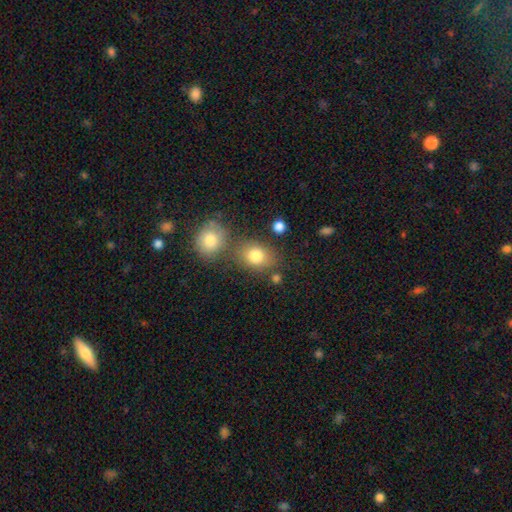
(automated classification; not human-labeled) Overall: smooth (80%). How rounded: in between (52%; round 47%). Merging: none (62%).